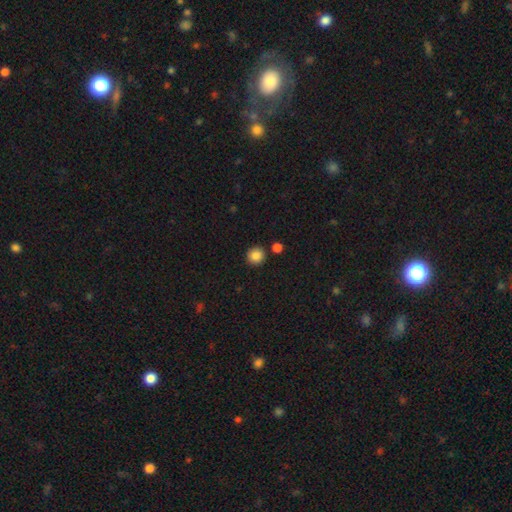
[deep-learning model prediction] Smooth or featured? Predicted: smooth (p=0.85). How rounded? Predicted: round (p=0.93). Merging? Predicted: none (p=0.87).